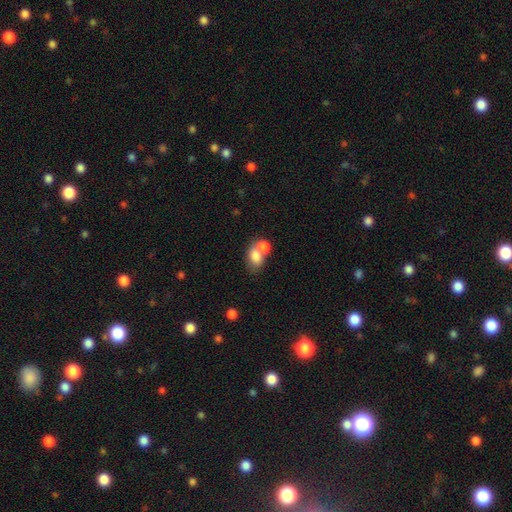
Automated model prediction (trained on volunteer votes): A smooth galaxy with no disk features (77%) that is in between round and cigar-shaped (74%).

Vote fractions:
- Smooth or featured? smooth: 77% / featured or disk: 14% / star or artifact: 9%
- How rounded? in between: 74% / round: 24% / cigar-shaped: 1%
- Merging? merger: 56% / none: 30% / minor disturbance: 9% / major disturbance: 5%